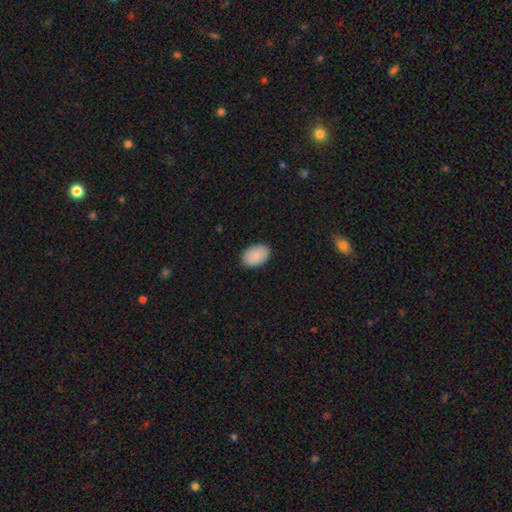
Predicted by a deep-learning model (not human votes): smooth_or_featured: smooth (p=0.90) [alt: star or artifact p=0.07]
how_rounded: in between (p=0.88) [alt: round p=0.10]
merging: none (p=0.89) [alt: minor disturbance p=0.08]